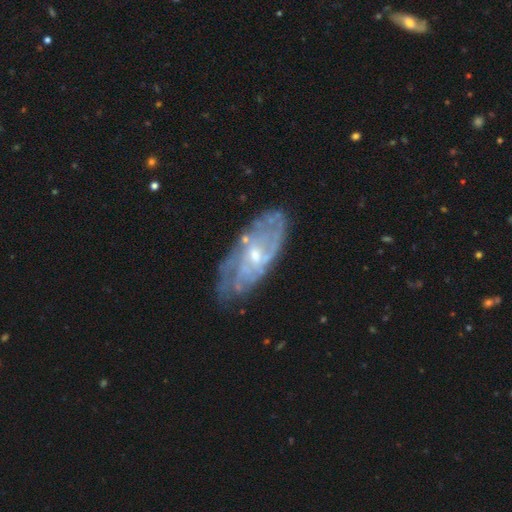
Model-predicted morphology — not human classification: Q: Smooth or featured?
A: featured or disk (80%); runner-up: smooth (14%)
Q: Edge-on disk?
A: no (90%); runner-up: yes (10%)
Q: Bar?
A: no (55%); runner-up: weak (38%)
Q: Spiral arms?
A: yes (83%); runner-up: no (17%)
Q: Spiral winding?
A: tight (54%); runner-up: medium (33%)
Q: Spiral arm count?
A: can't tell (56%); runner-up: 2 (16%)
Q: Bulge size?
A: small (56%); runner-up: moderate (39%)
Q: Merging?
A: none (71%); runner-up: minor disturbance (20%)